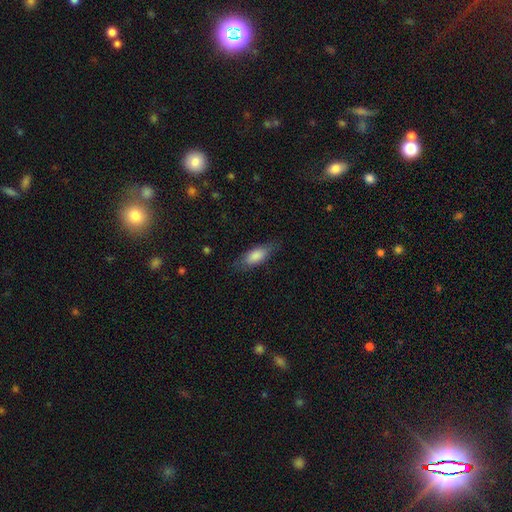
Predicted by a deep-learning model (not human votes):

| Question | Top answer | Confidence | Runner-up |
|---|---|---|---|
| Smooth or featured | smooth | 80% | featured or disk (13%) |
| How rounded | in between | 72% | cigar-shaped (25%) |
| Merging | none | 78% | minor disturbance (16%) |